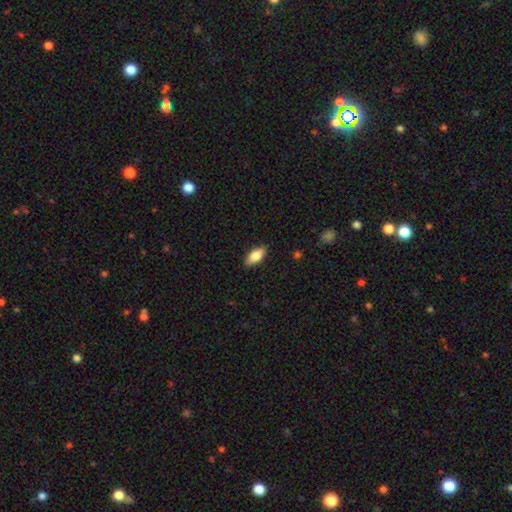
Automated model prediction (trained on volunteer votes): smooth 76%, featured or disk 18%, star or artifact 7%. Down the decision tree: how rounded — in between (82%); merging — none (88%).